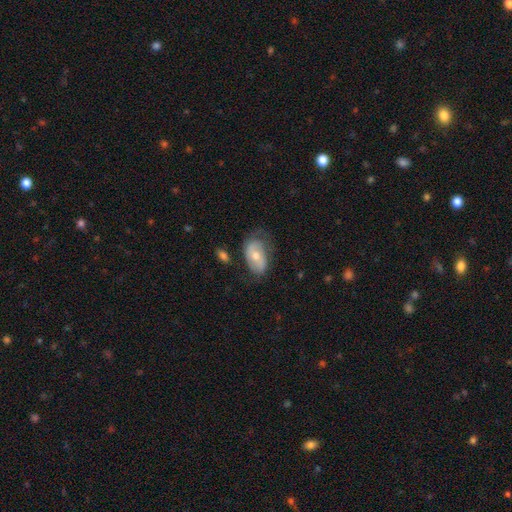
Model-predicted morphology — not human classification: Q: Smooth or featured?
A: featured or disk (53%); runner-up: smooth (39%)
Q: Edge-on disk?
A: no (93%); runner-up: yes (7%)
Q: Merging?
A: none (56%); runner-up: minor disturbance (28%)